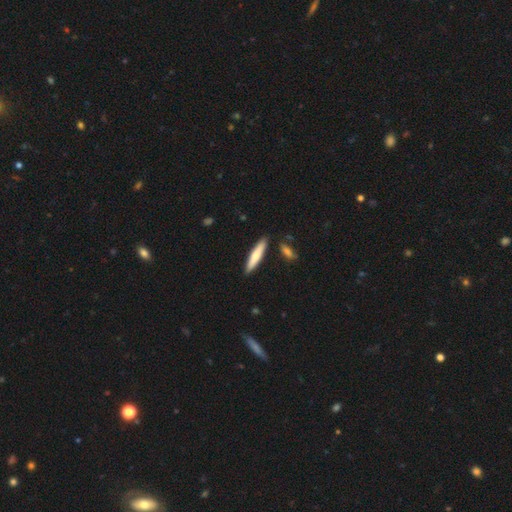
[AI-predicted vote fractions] smooth-or-featured: smooth: 69% | featured or disk: 26% | star or artifact: 5%
  how-rounded: cigar-shaped: 87% | in between: 12% | round: 1%
  merging: none: 87% | minor disturbance: 8% | merger: 3% | major disturbance: 2%